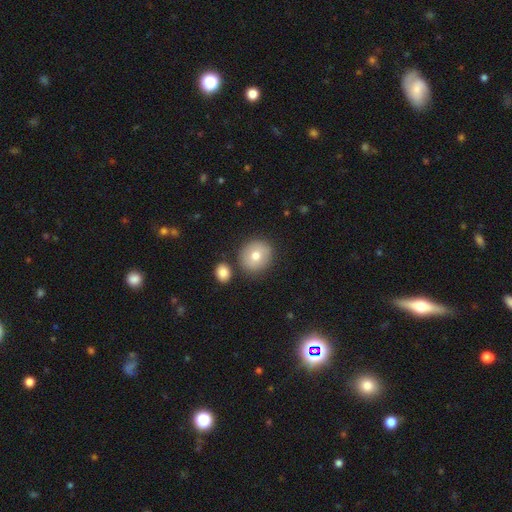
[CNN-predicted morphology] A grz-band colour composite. It shows a smooth galaxy with no disk features (75%) that is round (86%). Merging: none (80%).